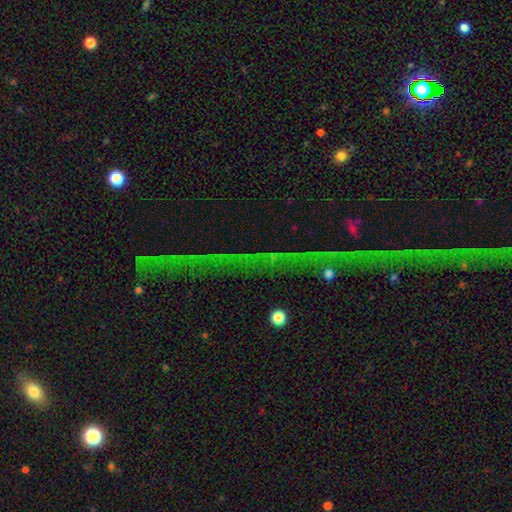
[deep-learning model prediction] star or artifact 67%, smooth 17%, featured or disk 16%.